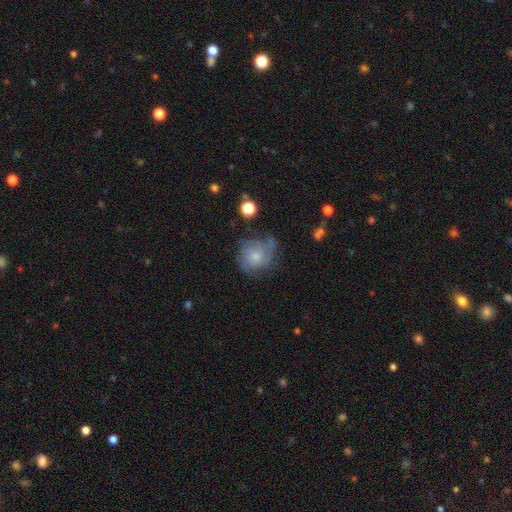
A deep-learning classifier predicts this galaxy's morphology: The model was most divided on "spiral arm count": can't tell: 36%, 3: 24%, 2: 15%, 4: 13%, more than 4: 6%, 1: 6%. More confident: edge-on disk — no (98%); spiral arms — yes (90%); bar — no (79%); smooth or featured — featured or disk (67%); bulge size — small (60%); merging — none (60%); spiral winding — tight (52%).